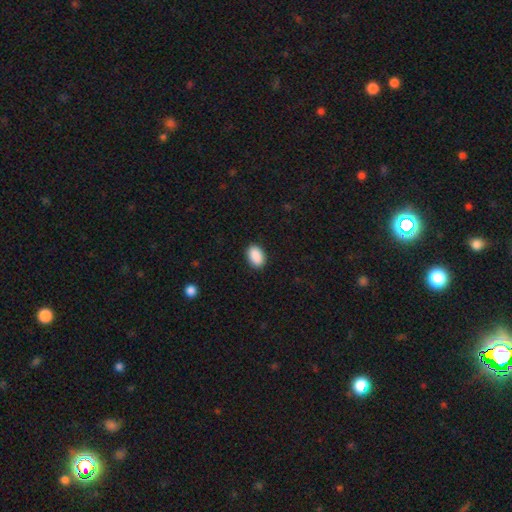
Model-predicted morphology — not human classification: This appears to be a smooth galaxy with no disk features (91%) that is in between round and cigar-shaped (89%). Merging: none (90%).